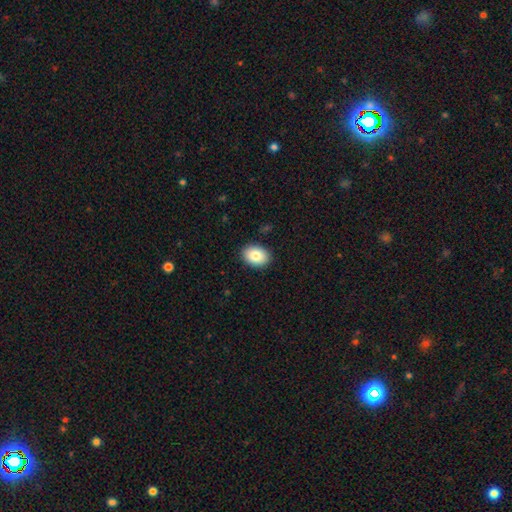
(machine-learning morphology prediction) smooth 85%, featured or disk 8%, star or artifact 7%. Down the decision tree: how rounded — in between (74%); merging — none (90%).